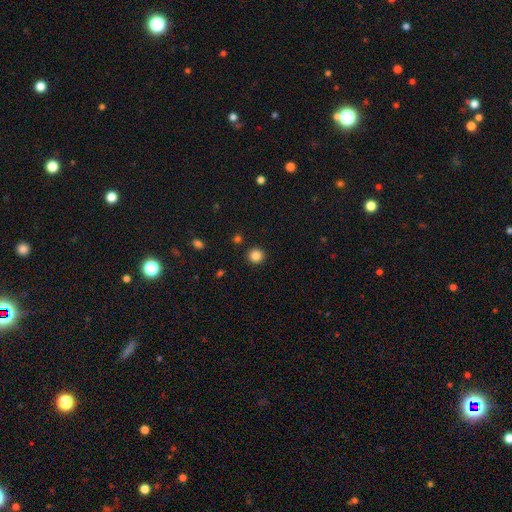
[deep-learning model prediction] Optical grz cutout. It shows a smooth galaxy with no disk features (85%) that is round (95%). Merging: none (92%).